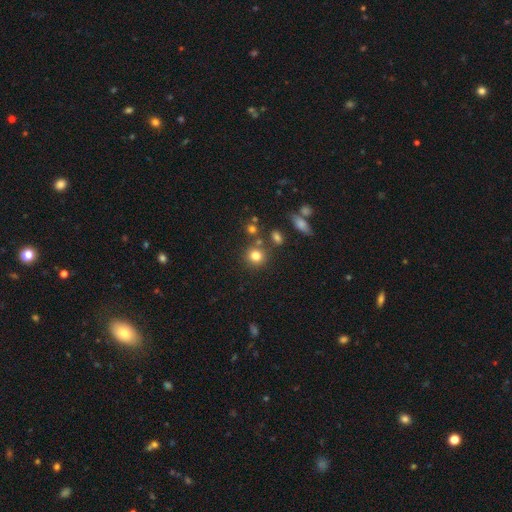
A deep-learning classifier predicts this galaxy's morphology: This appears to be a smooth galaxy with no disk features (80%) that is round (87%). Merging: none (76%).